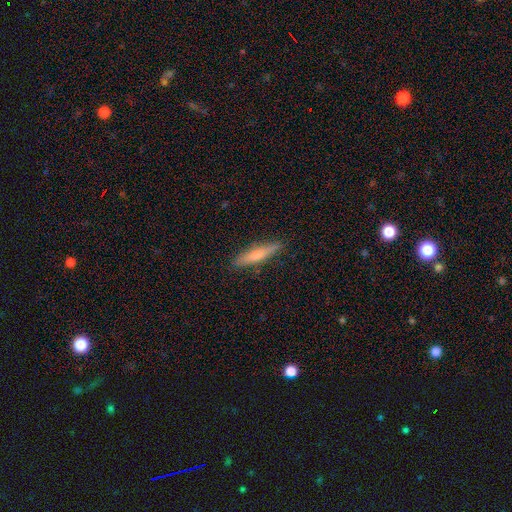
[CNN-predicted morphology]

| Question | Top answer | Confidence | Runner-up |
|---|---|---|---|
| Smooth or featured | featured or disk | 47% | tied: smooth (47%) |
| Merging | none | 90% | minor disturbance (7%) |